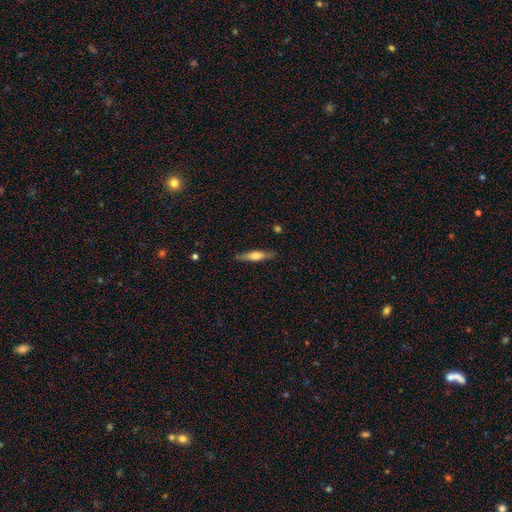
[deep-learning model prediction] This is possibly a featured or disk galaxy (52%). It is clearly viewed edge-on (94%). Merging: clearly none (85%).